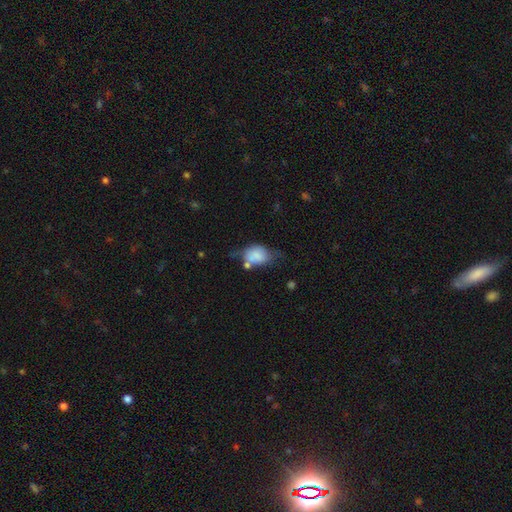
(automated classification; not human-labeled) Smooth or featured?
  - smooth: 75% *
  - featured or disk: 17%
  - star or artifact: 9%
How rounded?
  - in between: 72% *
  - round: 26%
  - cigar-shaped: 2%
Merging?
  - none: 32% *
  - minor disturbance: 31%
  - merger: 19%
  - major disturbance: 18%